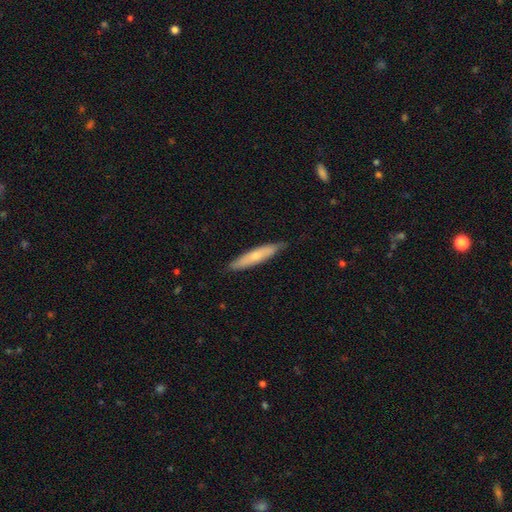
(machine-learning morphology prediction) smooth 58%, featured or disk 36%, star or artifact 5%. Down the decision tree: how rounded — cigar-shaped (89%); merging — none (83%).